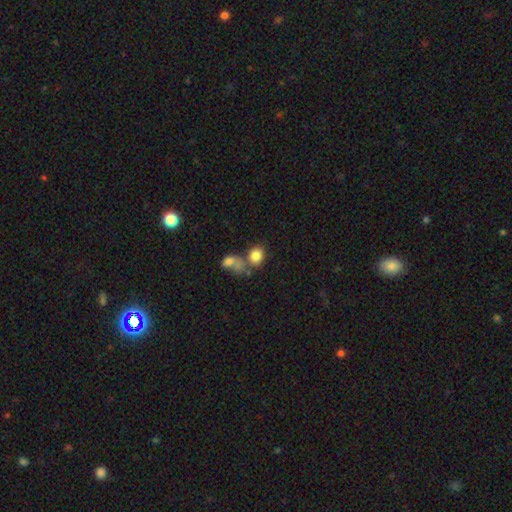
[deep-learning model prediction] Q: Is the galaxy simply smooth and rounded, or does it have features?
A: smooth — 82%.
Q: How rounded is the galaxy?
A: round — 61%.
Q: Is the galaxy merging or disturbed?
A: none — 46%.